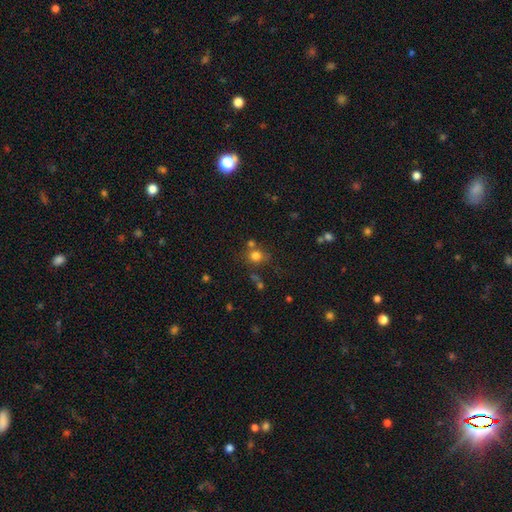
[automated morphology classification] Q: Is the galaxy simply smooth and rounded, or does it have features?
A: smooth — 76%.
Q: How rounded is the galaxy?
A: round — 77%.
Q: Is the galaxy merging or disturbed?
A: none — 61%.